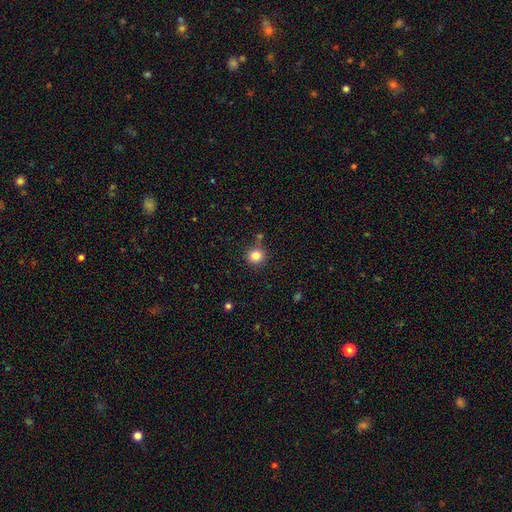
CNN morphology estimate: type=smooth (83%); roundness=round (91%); merging=none (79%).